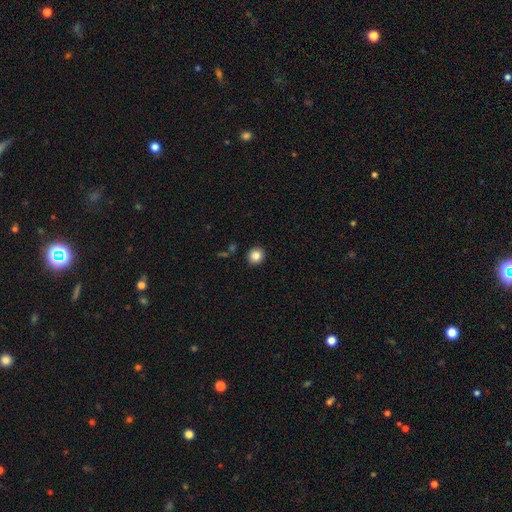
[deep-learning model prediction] A smooth galaxy with no disk features (85%) that is round (88%). Merging: none (92%).